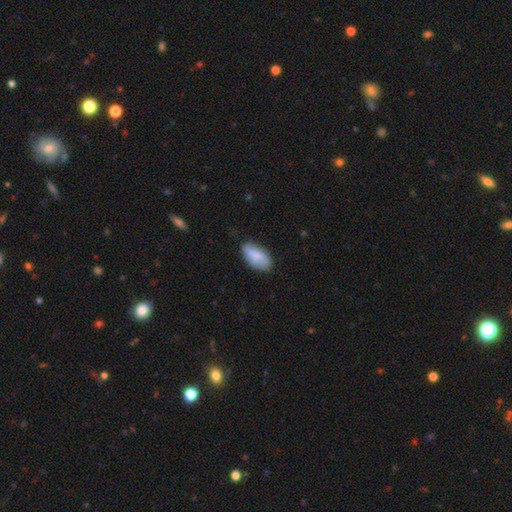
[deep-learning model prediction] Overall: smooth (67%). How rounded: in between (93%). Merging: none (67%).